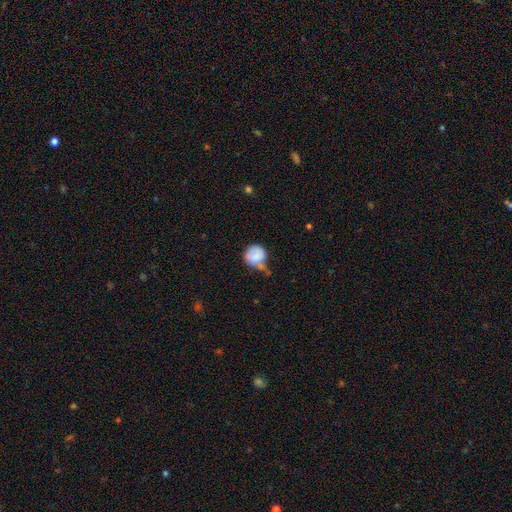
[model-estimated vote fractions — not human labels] This is likely a smooth galaxy (78%). How rounded: clearly round (84%). Merging: marginally minor disturbance (39%).